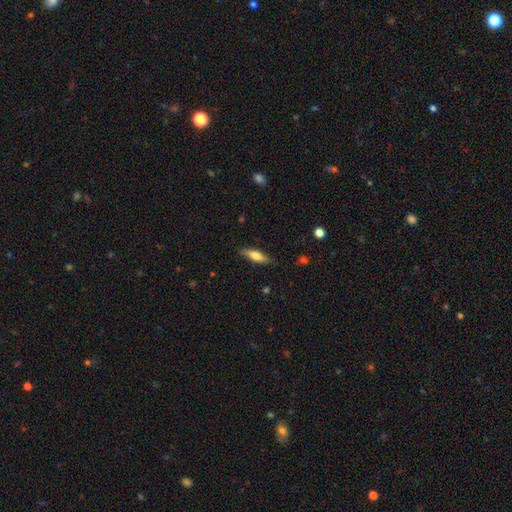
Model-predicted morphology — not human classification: The model was most divided on "how rounded": cigar-shaped: 58%, in between: 40%, round: 2%. More confident: merging — none (82%); smooth or featured — smooth (65%).